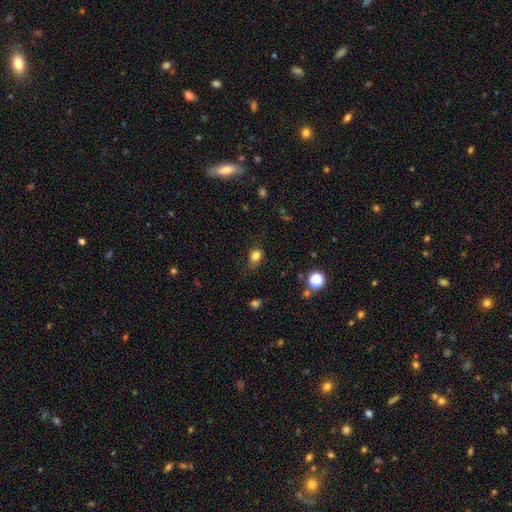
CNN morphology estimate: A smooth galaxy with no disk features (81%) that is in between round and cigar-shaped (68%). Merging: none (64%).